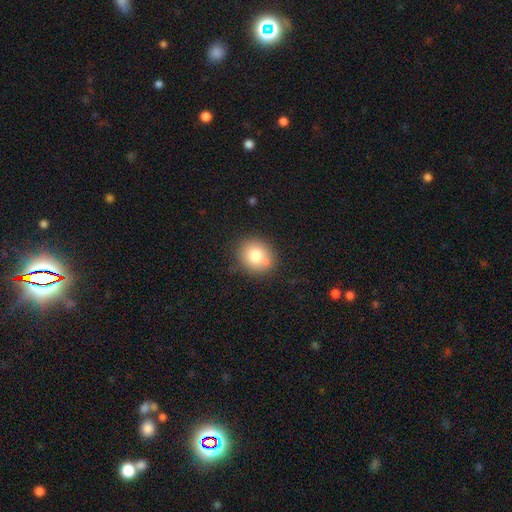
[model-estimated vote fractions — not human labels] Morphology: type=smooth (76%); roundness=round (76%); merging=none (76%).